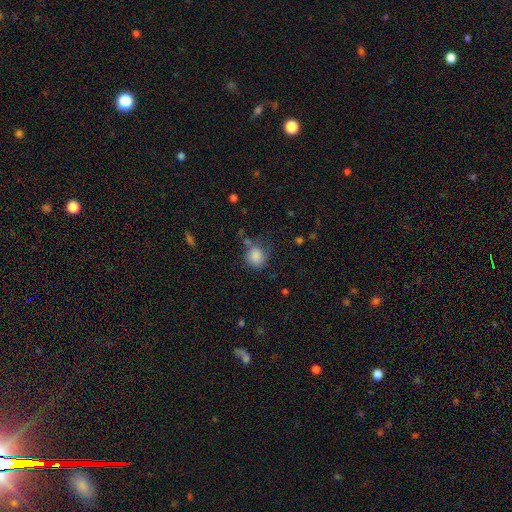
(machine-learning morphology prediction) Smooth or featured: smooth — 85% (star or artifact — 9%)
How rounded: round — 81% (in between — 18%)
Merging: none — 64% (minor disturbance — 22%)